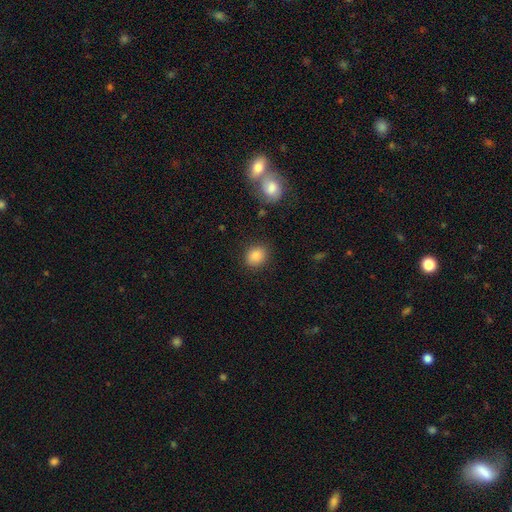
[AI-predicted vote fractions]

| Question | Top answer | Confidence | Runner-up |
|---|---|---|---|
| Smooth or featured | smooth | 86% | star or artifact (9%) |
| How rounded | round | 59% | in between (40%) |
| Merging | none | 87% | minor disturbance (9%) |